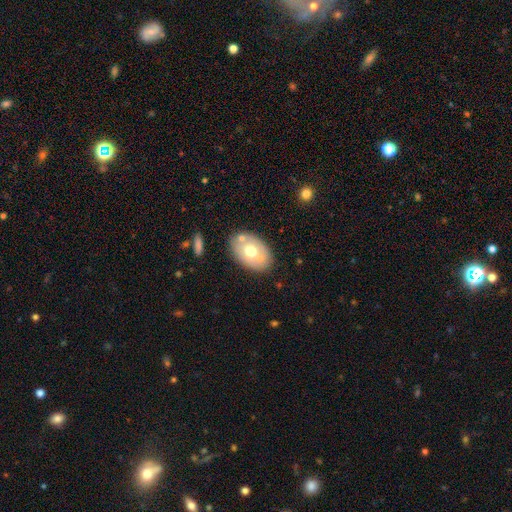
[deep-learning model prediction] This is possibly a smooth galaxy (53%). How rounded: clearly in between (85%). Merging: likely none (78%).